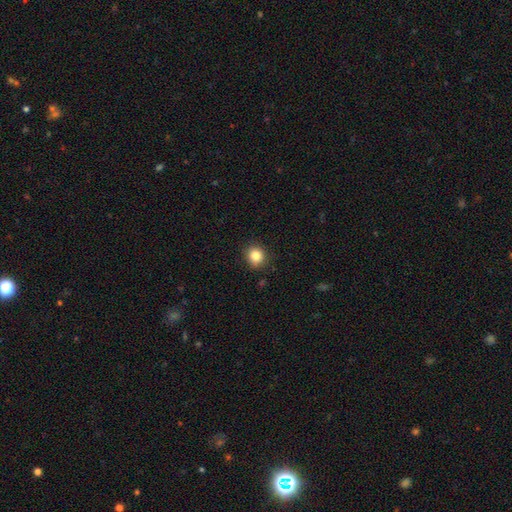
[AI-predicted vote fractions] Smooth or featured? Predicted: smooth (p=0.84). How rounded? Predicted: round (p=0.82). Merging? Predicted: none (p=0.89).